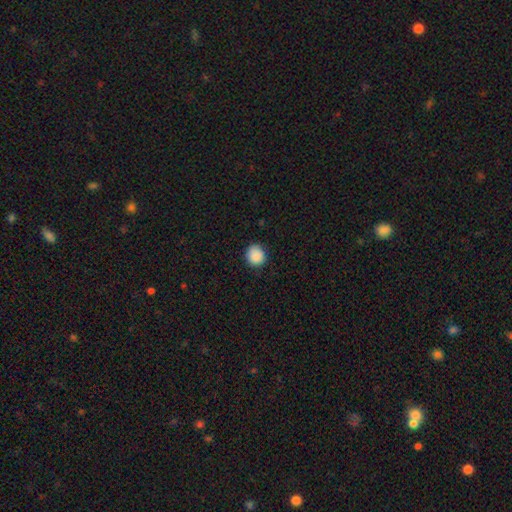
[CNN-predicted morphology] Smooth or featured? smooth (89%)
How rounded? round (87%)
Merging? none (87%)